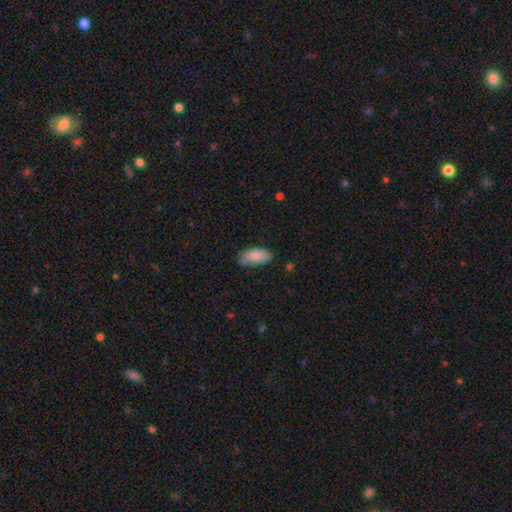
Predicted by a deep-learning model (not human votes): A smooth galaxy with no disk features (84%) that is in between round and cigar-shaped (92%).

Vote fractions:
- Smooth or featured? smooth: 84% / featured or disk: 10% / star or artifact: 6%
- How rounded? in between: 92% / cigar-shaped: 6% / round: 2%
- Merging? none: 70% / minor disturbance: 24% / major disturbance: 4% / merger: 2%